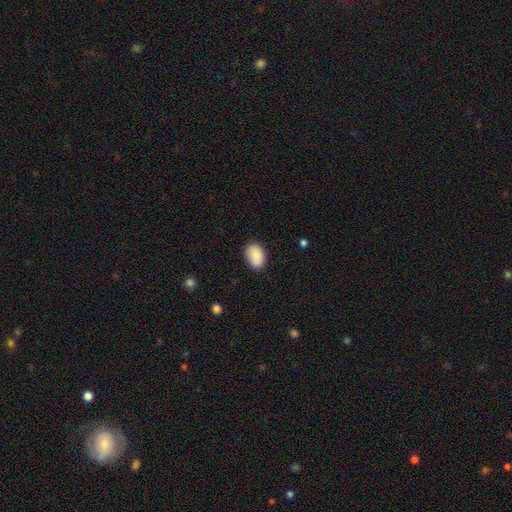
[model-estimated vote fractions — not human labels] Smooth or featured? smooth (87%)
How rounded? in between (84%)
Merging? none (81%)